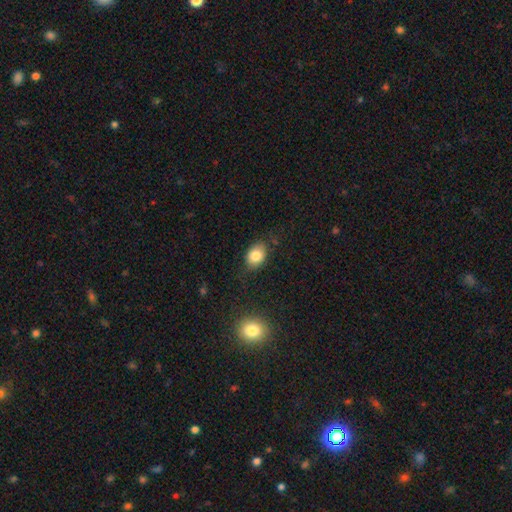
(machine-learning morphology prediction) A smooth galaxy with no disk features (82%) that is in between round and cigar-shaped (70%).

Vote fractions:
- Smooth or featured? smooth: 82% / star or artifact: 9% / featured or disk: 9%
- How rounded? in between: 70% / round: 28% / cigar-shaped: 1%
- Merging? none: 79% / minor disturbance: 15% / major disturbance: 4% / merger: 2%